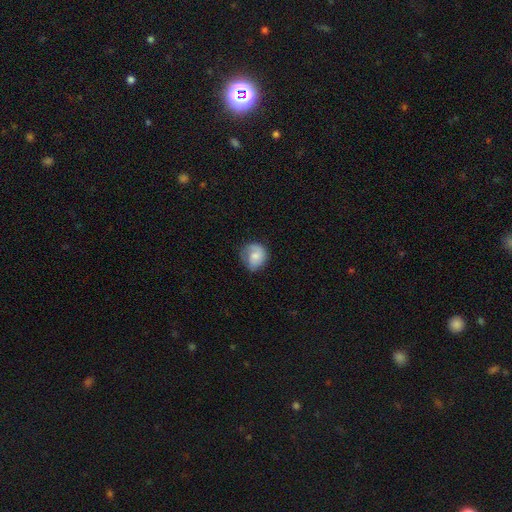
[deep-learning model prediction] The model was most divided on "merging": none: 56%, minor disturbance: 28%, major disturbance: 14%, merger: 1%. More confident: how rounded — round (72%); smooth or featured — smooth (61%).